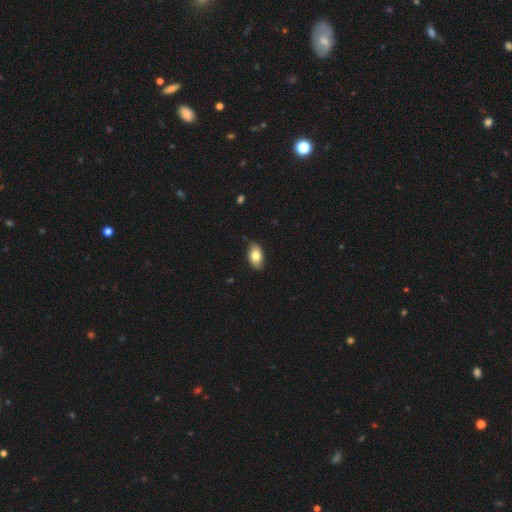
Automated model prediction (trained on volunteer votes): A smooth galaxy with no disk features (79%) that is in between round and cigar-shaped (92%).

Vote fractions:
- Smooth or featured? smooth: 79% / featured or disk: 14% / star or artifact: 7%
- How rounded? in between: 92% / round: 6% / cigar-shaped: 2%
- Merging? none: 84% / minor disturbance: 13% / major disturbance: 2% / merger: 1%